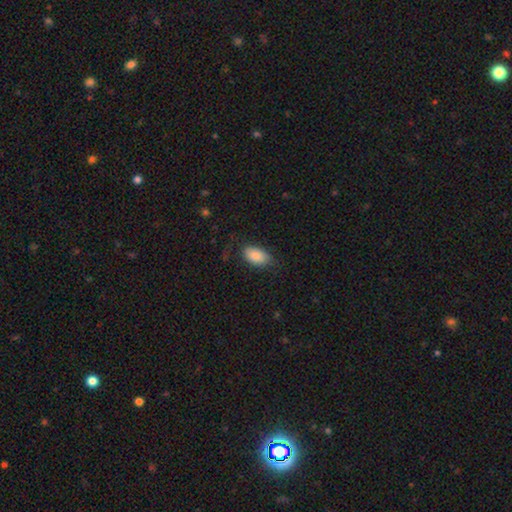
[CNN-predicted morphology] smooth_or_featured: smooth (p=0.86) [alt: featured or disk p=0.08]
how_rounded: in between (p=0.94) [alt: round p=0.05]
merging: none (p=0.74) [alt: minor disturbance p=0.18]